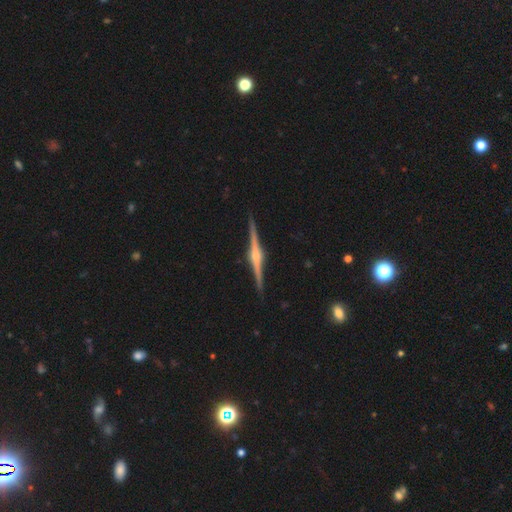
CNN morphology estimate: This appears to be a featured or disk galaxy (86%) viewed edge-on (99%) with a rounded central bulge (85%). Merging: none (92%).